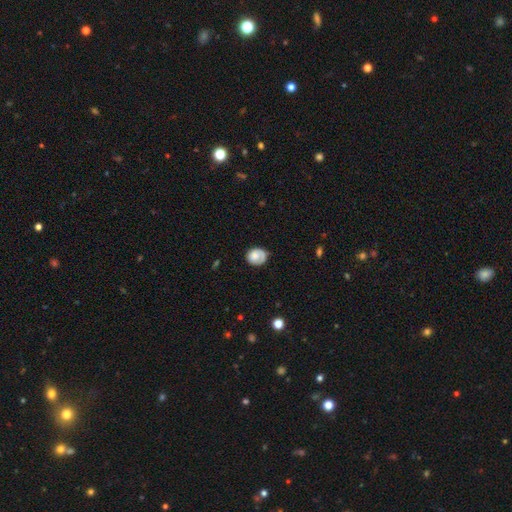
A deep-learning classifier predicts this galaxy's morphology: type=smooth (60%); roundness=round (72%); merging=none (65%).